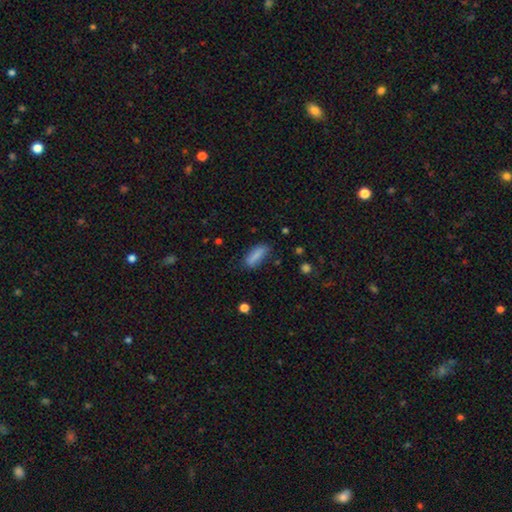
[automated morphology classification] smooth 83%, featured or disk 10%, star or artifact 8%. Down the decision tree: how rounded — in between (59%); merging — none (77%).